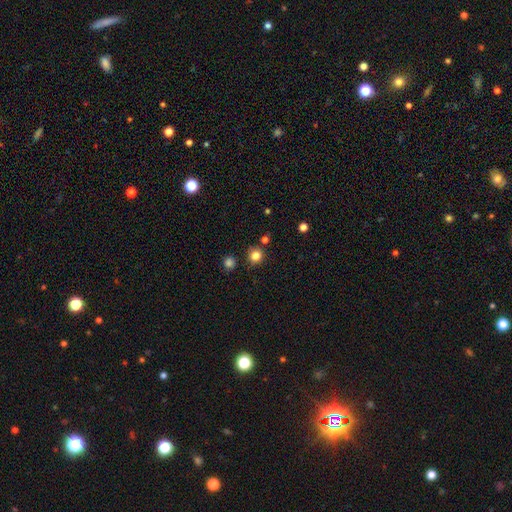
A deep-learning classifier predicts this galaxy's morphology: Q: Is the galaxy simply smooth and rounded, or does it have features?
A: smooth — 82%.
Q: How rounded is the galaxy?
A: round — 92%.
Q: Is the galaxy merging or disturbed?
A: none — 85%.